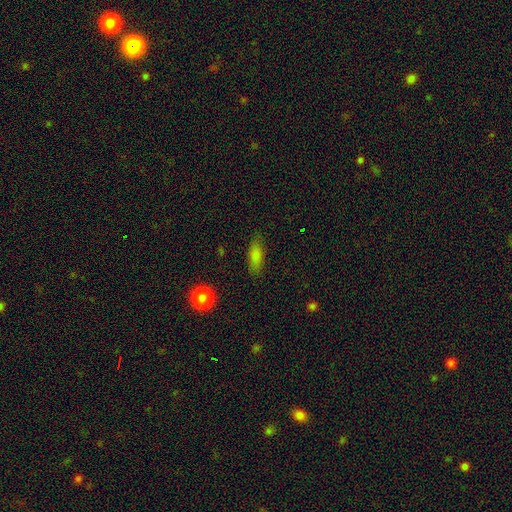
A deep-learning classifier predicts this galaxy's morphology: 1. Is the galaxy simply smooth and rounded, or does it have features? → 81% smooth, 10% star or artifact, 9% featured or disk.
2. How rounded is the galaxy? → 74% in between, 23% cigar-shaped, 3% round.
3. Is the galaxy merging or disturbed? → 83% none, 13% minor disturbance, 3% major disturbance, 1% merger.